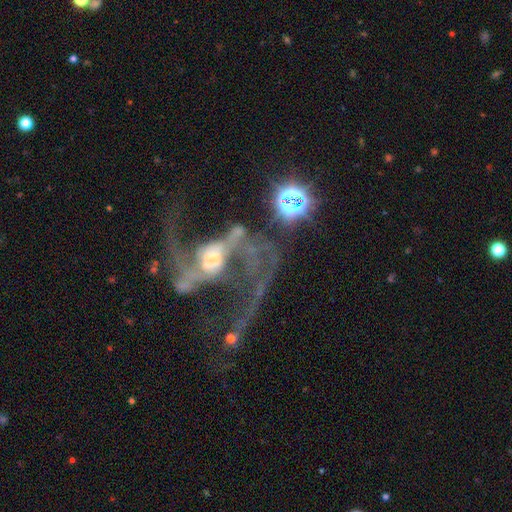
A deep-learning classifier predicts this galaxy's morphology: A featured or disk galaxy (90%) with a weak bar (40%), 2 (92%) loose (61%) spiral arms (96%) and a moderate central bulge (47%).

Vote fractions:
- Smooth or featured? featured or disk: 90% / star or artifact: 7% / smooth: 4%
- Edge-on disk? no: 96% / yes: 4%
- Bar? weak: 40% / strong: 36% / no: 24%
- Spiral arms? yes: 96% / no: 4%
- Spiral winding? loose: 61% / medium: 32% / tight: 7%
- Spiral arm count? 2: 92% / can't tell: 2% / 3: 2% / 1: 2% / 4: 1% / more than 4: 1%
- Bulge size? moderate: 47% / small: 33% / large: 13% / none: 5% / dominant: 2%
- Merging? none: 52% / major disturbance: 22% / minor disturbance: 15% / merger: 11%